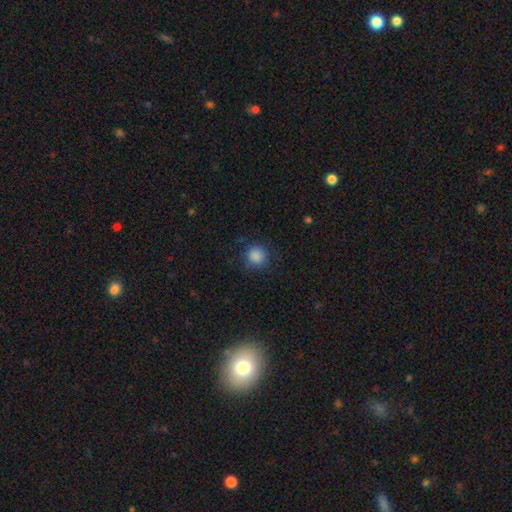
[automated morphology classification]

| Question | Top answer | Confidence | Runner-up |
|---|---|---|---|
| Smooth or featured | smooth | 87% | star or artifact (10%) |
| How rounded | round | 92% | in between (7%) |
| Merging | none | 84% | minor disturbance (11%) |